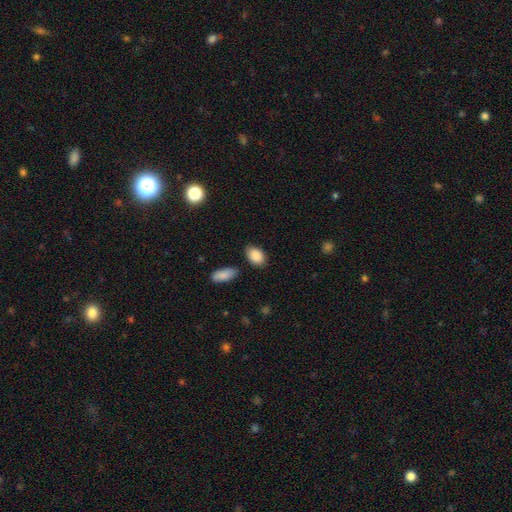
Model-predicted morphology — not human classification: smooth_or_featured: smooth (p=0.89) [alt: star or artifact p=0.07]
how_rounded: in between (p=0.86) [alt: round p=0.13]
merging: none (p=0.80) [alt: minor disturbance p=0.13]